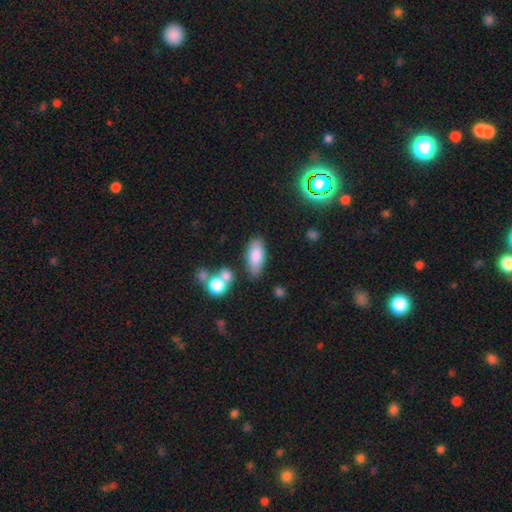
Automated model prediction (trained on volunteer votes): Q: Smooth or featured?
A: smooth (81%); runner-up: featured or disk (12%)
Q: How rounded?
A: in between (83%); runner-up: cigar-shaped (14%)
Q: Merging?
A: none (72%); runner-up: minor disturbance (15%)